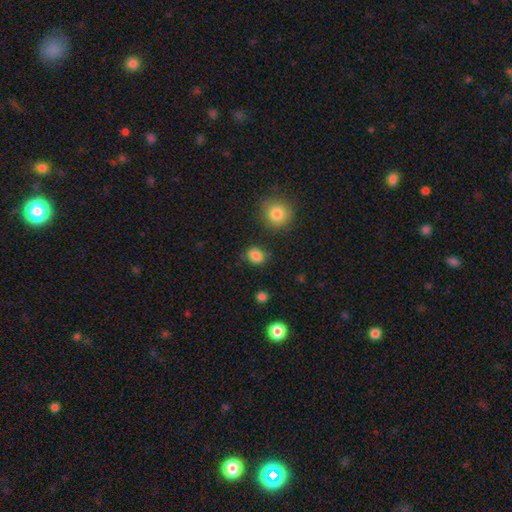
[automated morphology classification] Smooth or featured: smooth — 85% (star or artifact — 11%)
How rounded: round — 54% (in between — 44%)
Merging: none — 76% (minor disturbance — 16%)